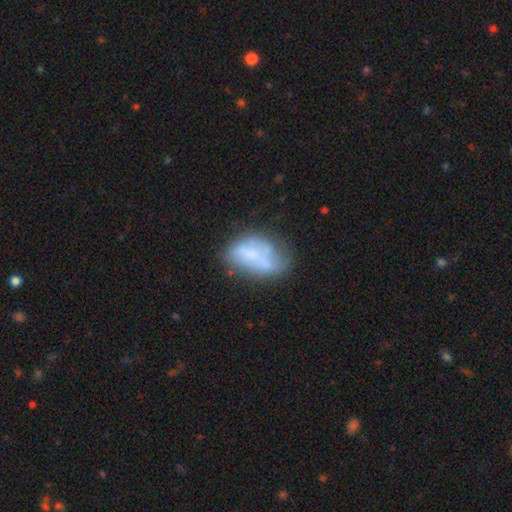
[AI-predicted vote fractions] Smooth or featured? Predicted: smooth (p=0.53). How rounded? Predicted: in between (p=0.89). Merging? Predicted: none (p=0.36).